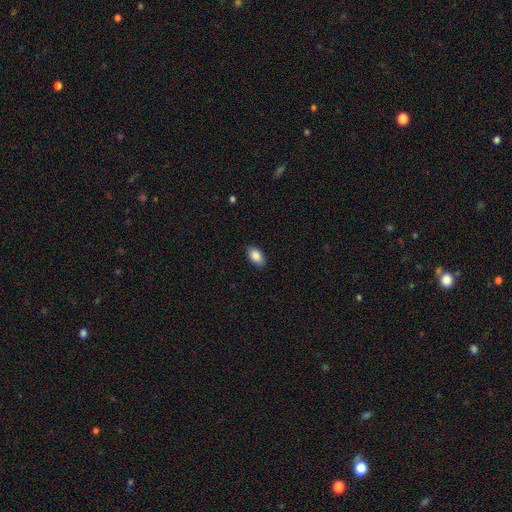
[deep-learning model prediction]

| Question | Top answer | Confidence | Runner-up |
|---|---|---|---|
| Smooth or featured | smooth | 88% | star or artifact (7%) |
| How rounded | in between | 92% | round (6%) |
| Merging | none | 88% | minor disturbance (9%) |